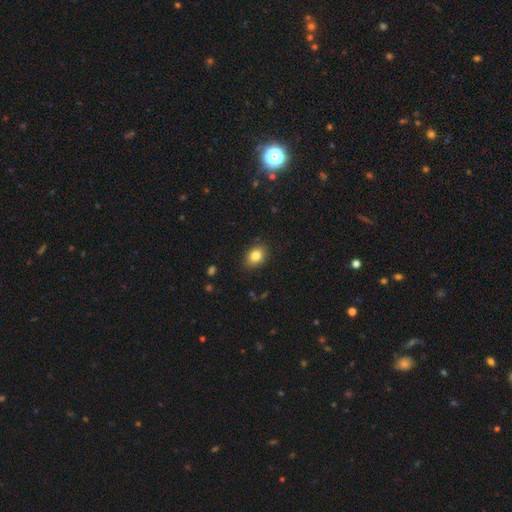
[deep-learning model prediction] A smooth galaxy with no disk features (84%) that is in between round and cigar-shaped (58%). Merging: none (87%).